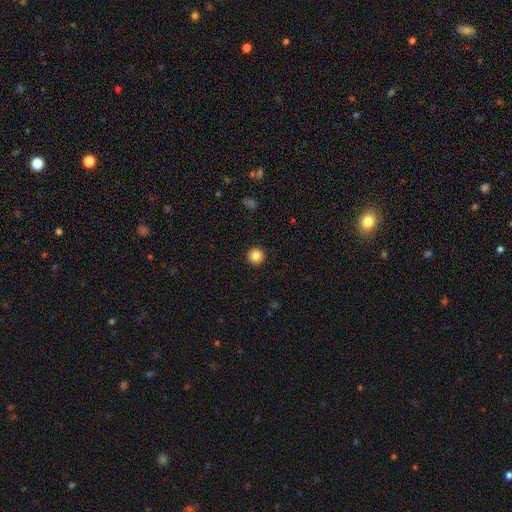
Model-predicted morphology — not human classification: Overall: smooth (85%). How rounded: round (96%). Merging: none (94%).